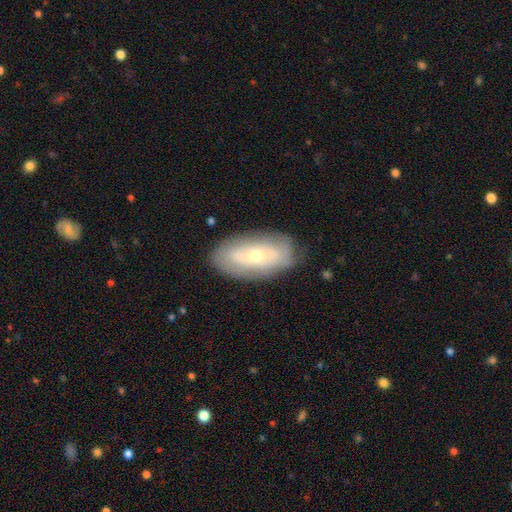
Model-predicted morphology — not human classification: This is possibly a featured or disk galaxy (51%). It is clearly not viewed edge-on (87%). Merging: likely none (77%).